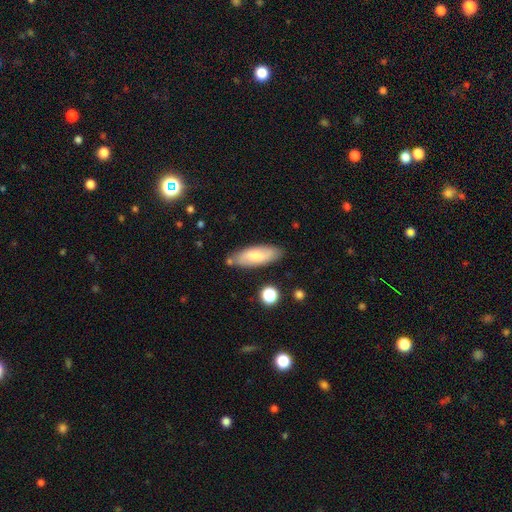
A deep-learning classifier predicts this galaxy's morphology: A smooth galaxy with no disk features (63%) that is in between round and cigar-shaped (70%).

Vote fractions:
- Smooth or featured? smooth: 63% / featured or disk: 31% / star or artifact: 7%
- How rounded? in between: 70% / cigar-shaped: 27% / round: 2%
- Merging? none: 77% / minor disturbance: 15% / merger: 5% / major disturbance: 3%